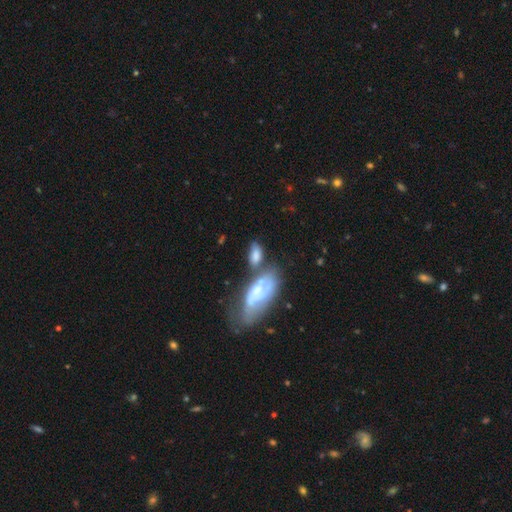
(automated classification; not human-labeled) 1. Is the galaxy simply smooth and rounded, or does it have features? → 62% smooth, 30% featured or disk, 7% star or artifact.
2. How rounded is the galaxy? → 86% in between, 8% cigar-shaped, 6% round.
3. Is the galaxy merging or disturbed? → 36% merger, 34% none, 19% minor disturbance, 10% major disturbance.